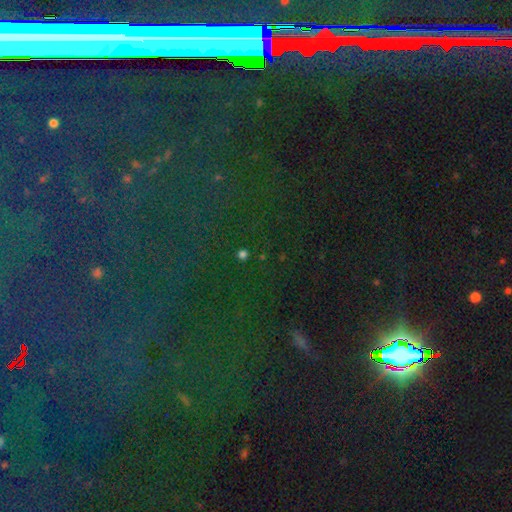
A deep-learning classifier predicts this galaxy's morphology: A star or artifact, not a galaxy (82%).